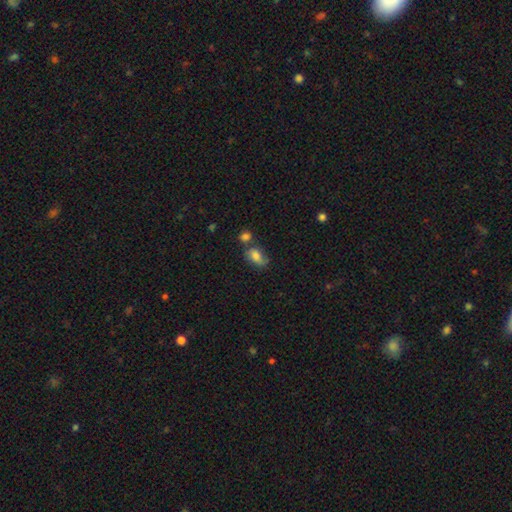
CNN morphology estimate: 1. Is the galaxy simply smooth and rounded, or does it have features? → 71% smooth, 19% featured or disk, 10% star or artifact.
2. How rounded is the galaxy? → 83% in between, 13% round, 4% cigar-shaped.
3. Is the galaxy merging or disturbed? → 44% none, 24% minor disturbance, 21% merger, 11% major disturbance.